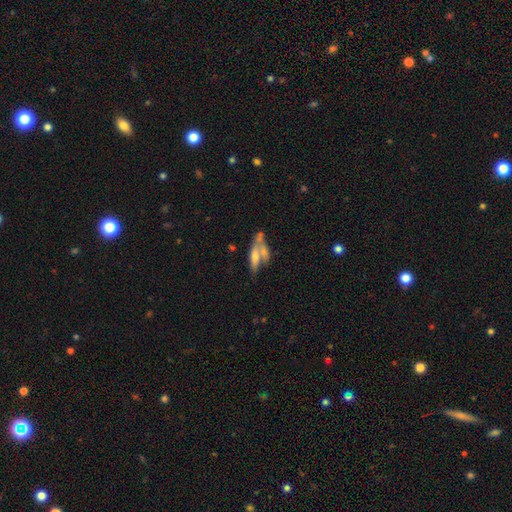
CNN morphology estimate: A smooth galaxy with no disk features (50%).

Vote fractions:
- Smooth or featured? smooth: 50% / featured or disk: 42% / star or artifact: 8%
- Merging? merger: 42% / none: 27% / minor disturbance: 16% / major disturbance: 15%